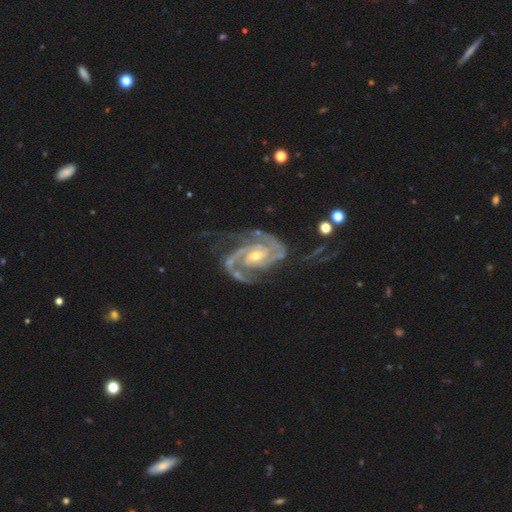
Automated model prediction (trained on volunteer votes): featured or disk 94%, star or artifact 4%, smooth 2%. Down the decision tree: edge-on disk — no (98%); bar — weak (42%); spiral arms — yes (99%); spiral arm count — 2 (64%); spiral winding — tight (50%); bulge size — small (52%); merging — none (60%).